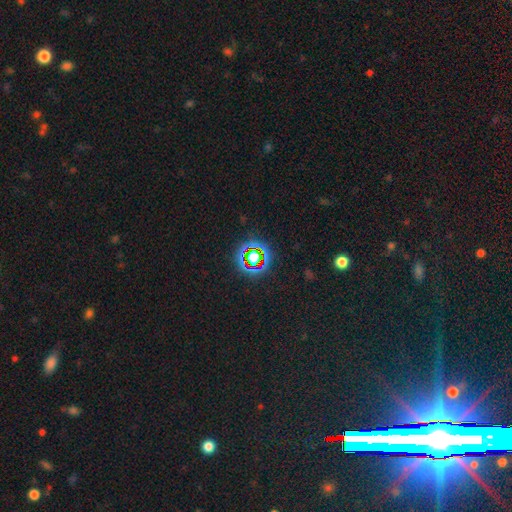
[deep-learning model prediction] Q: Smooth or featured?
A: star or artifact (75%); runner-up: smooth (16%)